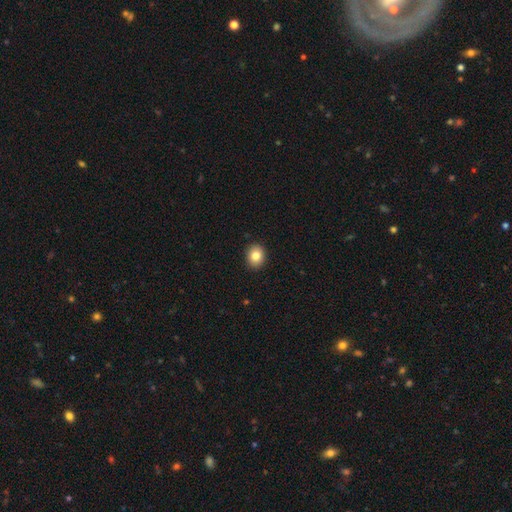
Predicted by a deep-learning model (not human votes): Q: Smooth or featured?
A: smooth (83%); runner-up: star or artifact (10%)
Q: How rounded?
A: round (62%); runner-up: in between (37%)
Q: Merging?
A: none (92%); runner-up: minor disturbance (6%)